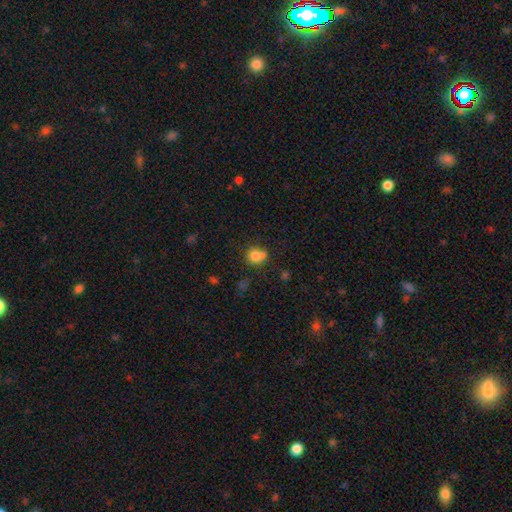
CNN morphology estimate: Smooth or featured? smooth (78%)
How rounded? round (79%)
Merging? none (50%)